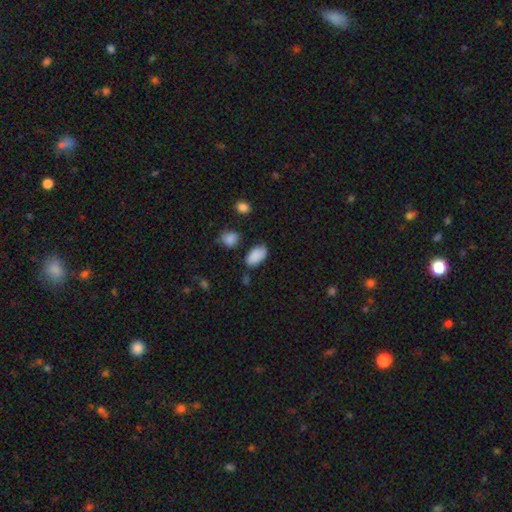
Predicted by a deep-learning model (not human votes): Smooth or featured? smooth (88%)
How rounded? in between (94%)
Merging? none (75%)